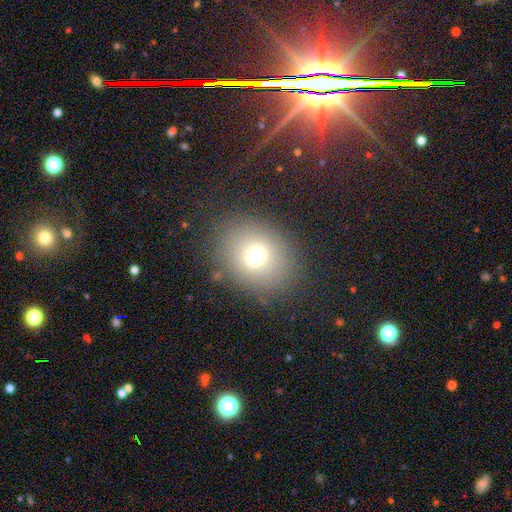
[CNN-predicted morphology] A smooth galaxy with no disk features (71%) that is round (61%).

Vote fractions:
- Smooth or featured? smooth: 71% / star or artifact: 16% / featured or disk: 13%
- How rounded? round: 61% / in between: 38% / cigar-shaped: 1%
- Merging? none: 83% / minor disturbance: 10% / major disturbance: 6% / merger: 2%